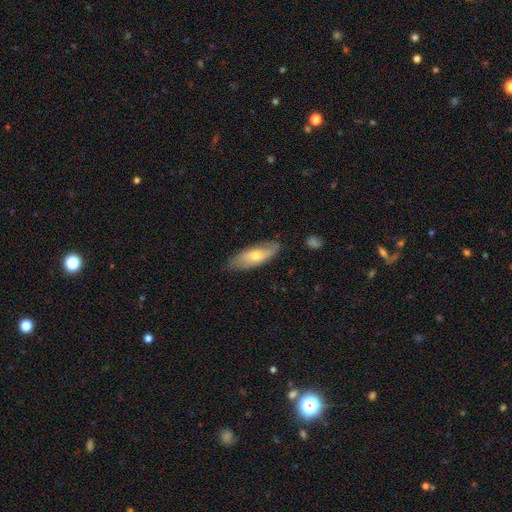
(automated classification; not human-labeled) Smooth or featured: smooth — 49% (featured or disk — 45%)
Merging: none — 75% (minor disturbance — 19%)